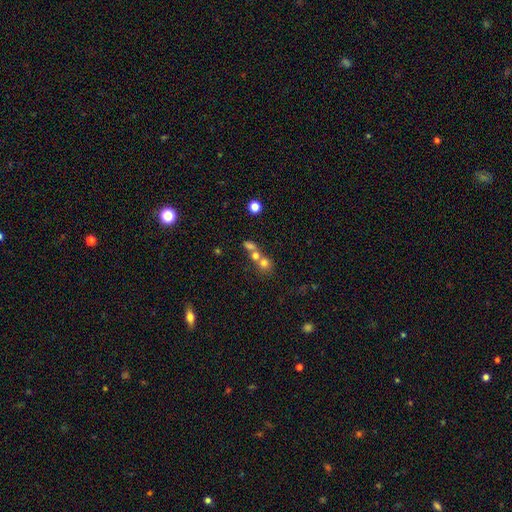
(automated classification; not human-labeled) This is likely a smooth galaxy (67%). How rounded: likely round (74%). Merging: possibly merger (60%).